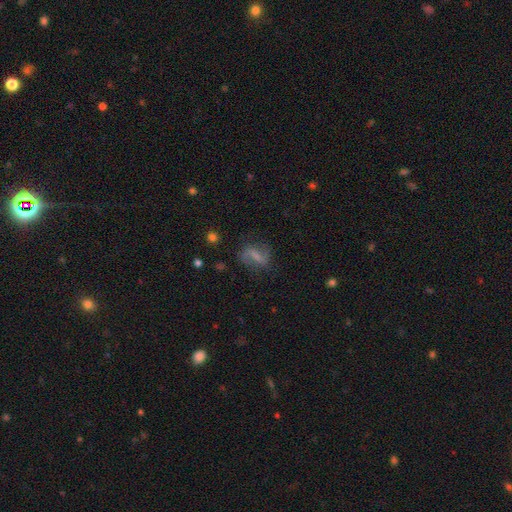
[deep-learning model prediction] Morphology: type=featured or disk (62%); edge-on=no (96%); bar=strong (44%); spiral arms=yes (83%); bulge=none (47%); merging=none (67%).